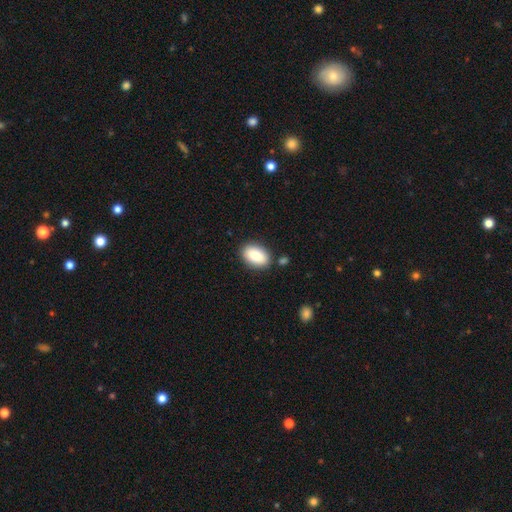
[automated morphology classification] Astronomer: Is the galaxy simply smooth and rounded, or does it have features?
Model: smooth — 87%.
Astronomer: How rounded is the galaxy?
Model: in between — 91%.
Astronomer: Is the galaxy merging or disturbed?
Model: none — 83%.